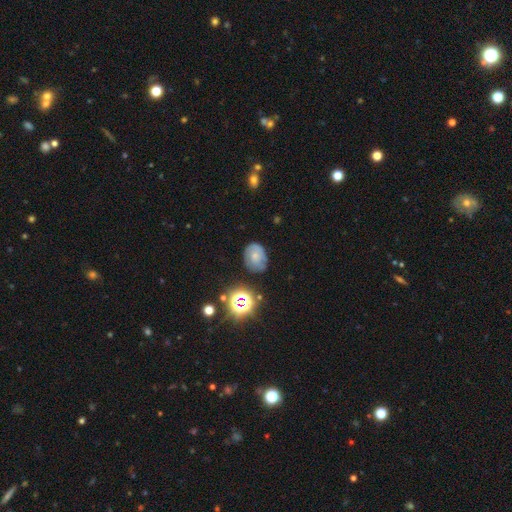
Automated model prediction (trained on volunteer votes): Smooth or featured: smooth — 47% (featured or disk — 39%)
Merging: none — 62% (minor disturbance — 28%)